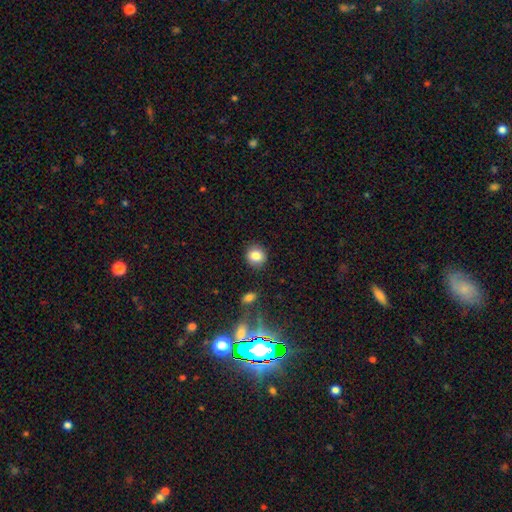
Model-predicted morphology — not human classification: smooth 83%, star or artifact 10%, featured or disk 6%. Down the decision tree: how rounded — round (81%); merging — none (88%).